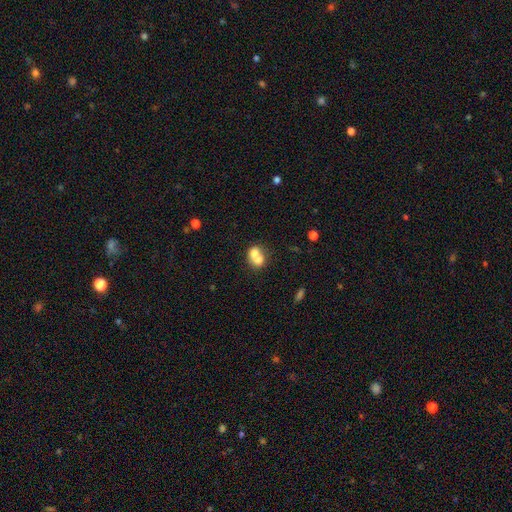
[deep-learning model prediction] A smooth galaxy with no disk features (67%) that is round (61%).

Vote fractions:
- Smooth or featured? smooth: 67% / featured or disk: 24% / star or artifact: 10%
- How rounded? round: 61% / in between: 38% / cigar-shaped: 1%
- Merging? merger: 68% / none: 22% / minor disturbance: 6% / major disturbance: 3%